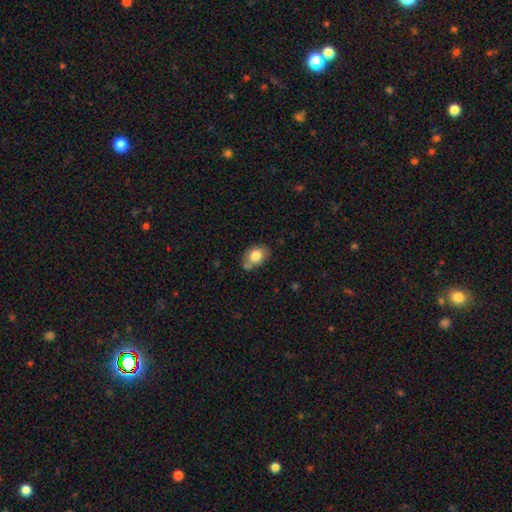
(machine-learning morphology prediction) Smooth or featured: smooth — 80% (featured or disk — 12%)
How rounded: in between — 73% (round — 26%)
Merging: none — 60% (minor disturbance — 24%)